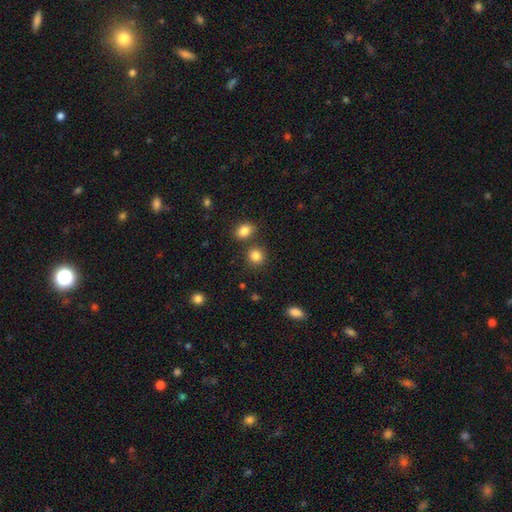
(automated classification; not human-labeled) Overall: smooth (84%). How rounded: round (85%). Merging: none (78%).